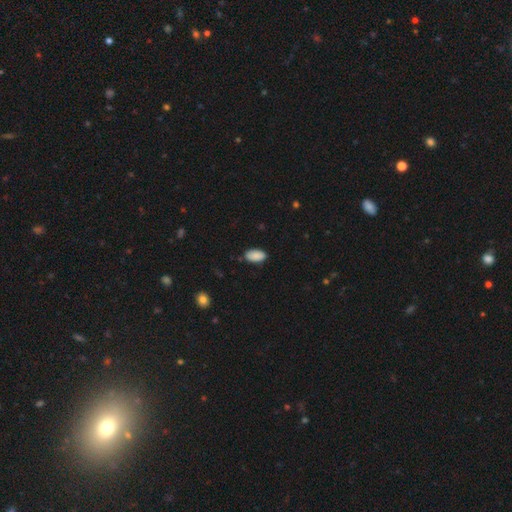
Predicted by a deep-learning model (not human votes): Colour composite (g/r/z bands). It shows a smooth galaxy with no disk features (89%) that is in between round and cigar-shaped (95%). Merging: none (82%).